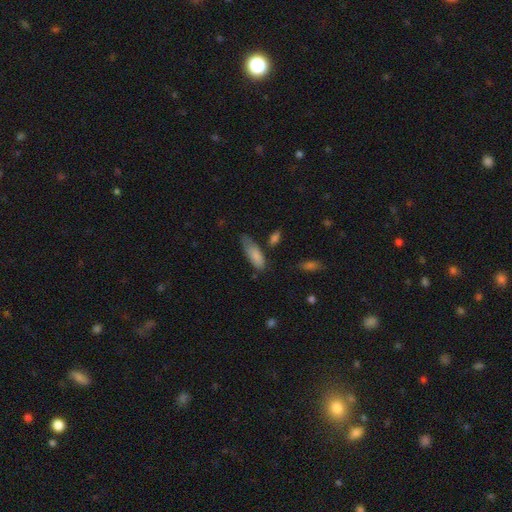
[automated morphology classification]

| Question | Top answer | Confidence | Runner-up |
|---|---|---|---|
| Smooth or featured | smooth | 82% | featured or disk (11%) |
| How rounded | in between | 72% | cigar-shaped (26%) |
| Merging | none | 43% | minor disturbance (39%) |